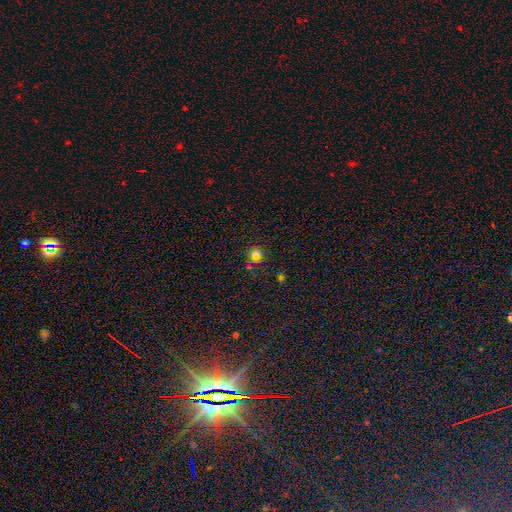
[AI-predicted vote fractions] This appears to be a smooth galaxy with no disk features (67%) that is round (87%). Merging: none (78%).